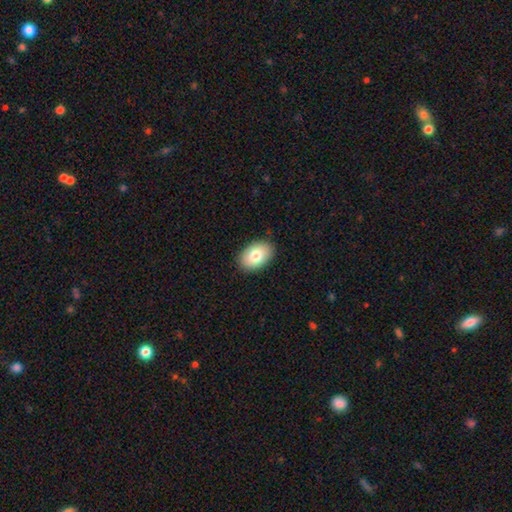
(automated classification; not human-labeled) A smooth galaxy with no disk features (81%) that is in between round and cigar-shaped (89%). Merging: none (89%).